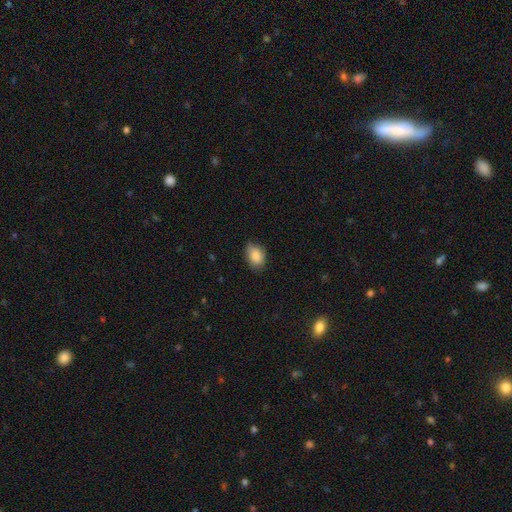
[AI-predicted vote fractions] Overall: smooth (86%). How rounded: in between (80%). Merging: none (71%).